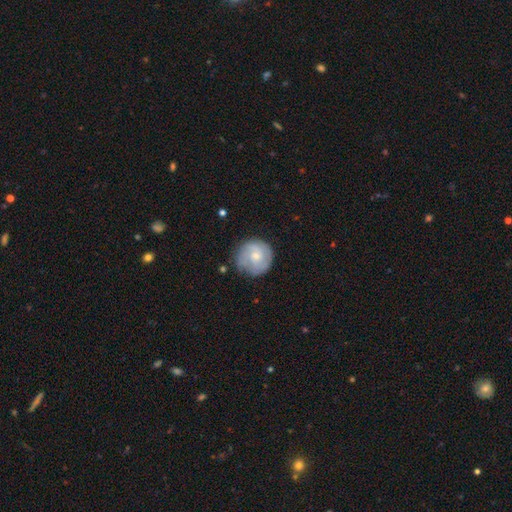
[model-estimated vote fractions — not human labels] Smooth or featured? Predicted: featured or disk (p=0.66). Edge-on disk? Predicted: no (p=0.98). Bar? Predicted: no (p=0.67). Spiral arms? Predicted: yes (p=0.90). Spiral winding? Predicted: tight (p=0.55). Spiral arm count? Predicted: 2 (p=0.33). Bulge size? Predicted: small (p=0.62). Merging? Predicted: none (p=0.73).